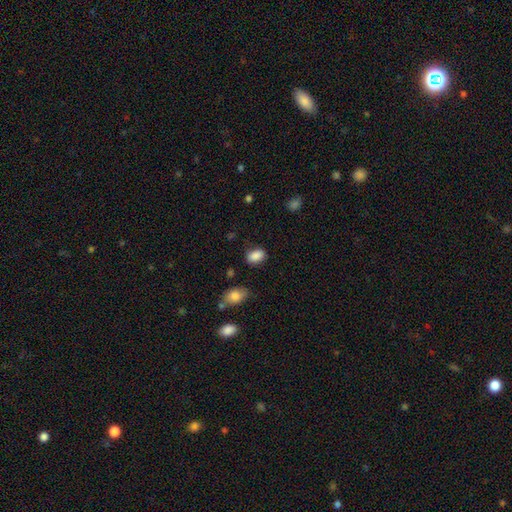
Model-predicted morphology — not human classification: smooth-or-featured: smooth: 87% | star or artifact: 8% | featured or disk: 5%
  how-rounded: in between: 86% | round: 13% | cigar-shaped: 2%
  merging: none: 78% | minor disturbance: 16% | major disturbance: 4% | merger: 2%